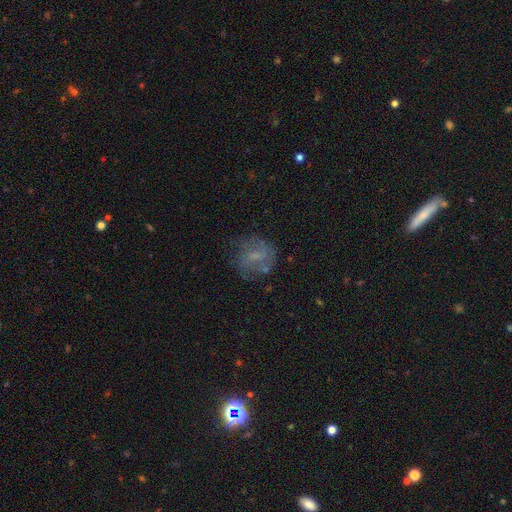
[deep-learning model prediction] Smooth or featured?
  - featured or disk: 52% *
  - smooth: 36%
  - star or artifact: 12%
Edge-on disk?
  - no: 97% *
  - yes: 3%
Bar?
  - no: 47% *
  - weak: 44%
  - strong: 9%
Spiral arms?
  - yes: 66% *
  - no: 34%
Bulge size?
  - small: 52% *
  - none: 24%
  - moderate: 22%
  - large: 2%
  - dominant: 1%
Merging?
  - none: 63% *
  - minor disturbance: 20%
  - major disturbance: 13%
  - merger: 3%